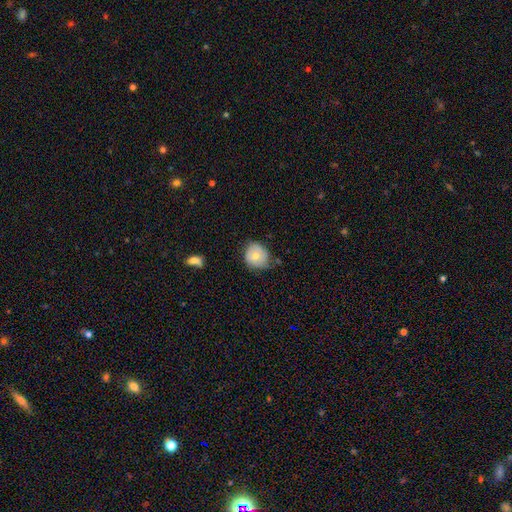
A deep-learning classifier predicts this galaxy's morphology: smooth 66%, featured or disk 26%, star or artifact 8%. Down the decision tree: how rounded — round (76%); merging — none (53%).